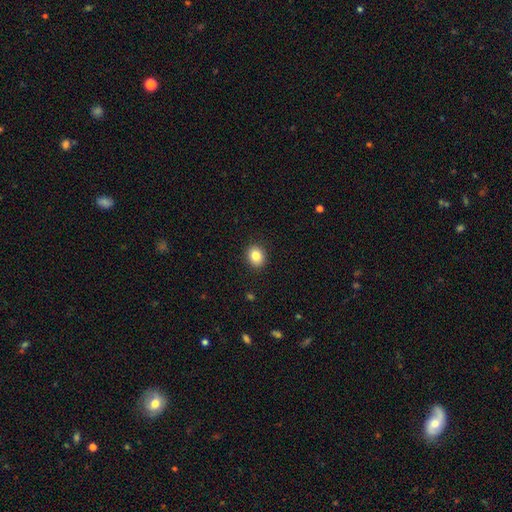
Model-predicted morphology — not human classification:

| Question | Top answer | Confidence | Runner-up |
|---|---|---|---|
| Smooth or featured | smooth | 84% | star or artifact (10%) |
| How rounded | round | 64% | in between (35%) |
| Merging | none | 91% | minor disturbance (6%) |